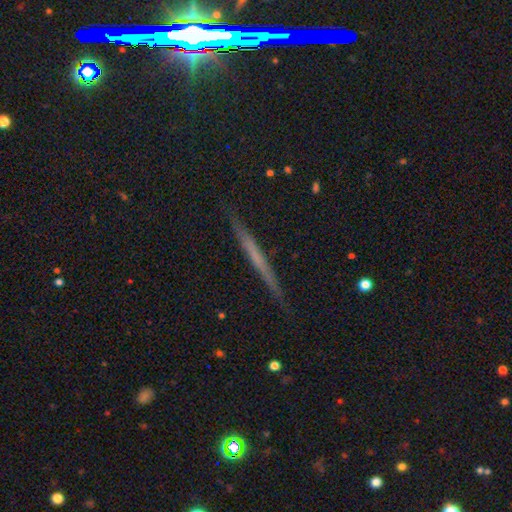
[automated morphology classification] This appears to be a featured or disk galaxy (51%) viewed edge-on (97%). Merging: none (90%).